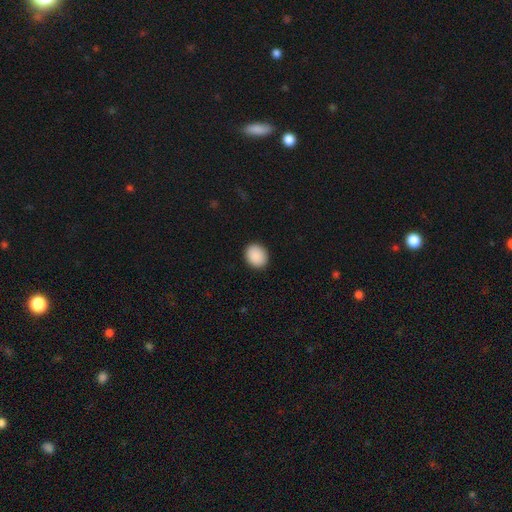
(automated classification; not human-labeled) Q: Smooth or featured?
A: smooth (90%); runner-up: star or artifact (7%)
Q: How rounded?
A: round (59%); runner-up: in between (40%)
Q: Merging?
A: none (91%); runner-up: minor disturbance (6%)